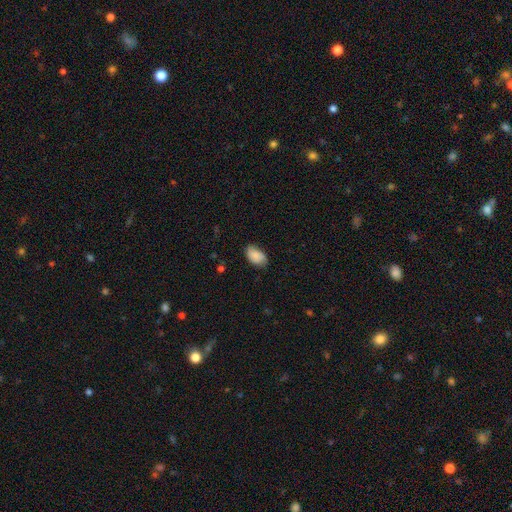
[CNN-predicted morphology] smooth 85%, featured or disk 8%, star or artifact 7%. Down the decision tree: how rounded — in between (92%); merging — none (72%).